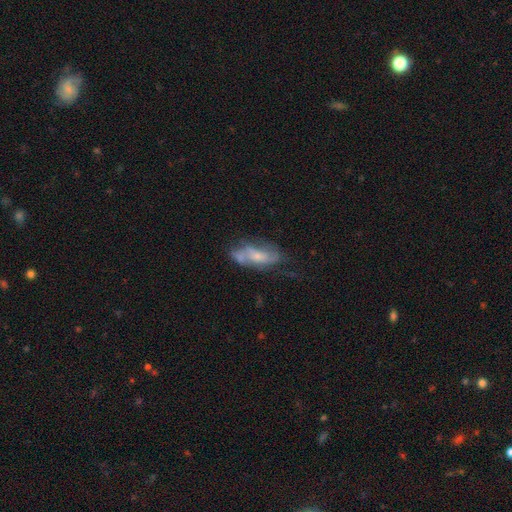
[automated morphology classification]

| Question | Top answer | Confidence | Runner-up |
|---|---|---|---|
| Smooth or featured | featured or disk | 58% | smooth (33%) |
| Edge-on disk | no | 87% | yes (13%) |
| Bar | no | 64% | weak (28%) |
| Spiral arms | yes | 65% | no (35%) |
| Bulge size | small | 47% | moderate (36%) |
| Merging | none | 48% | minor disturbance (26%) |